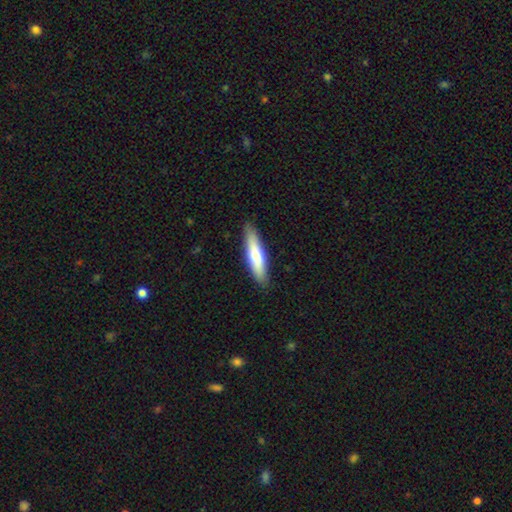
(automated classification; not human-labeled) The model was most divided on "smooth or featured": smooth: 61%, featured or disk: 33%, star or artifact: 5%. More confident: merging — none (88%); how rounded — cigar-shaped (75%).